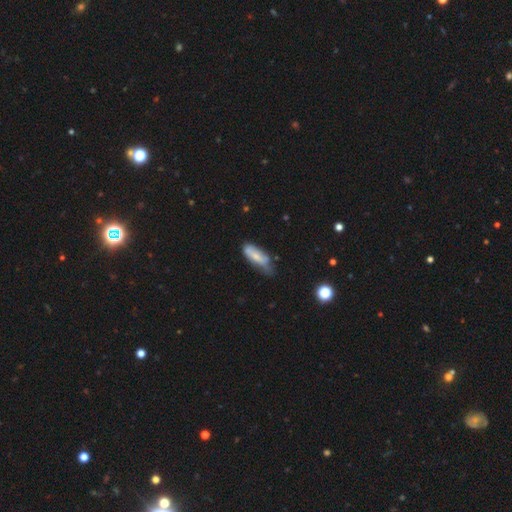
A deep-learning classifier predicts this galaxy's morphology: Smooth or featured? smooth (64%)
How rounded? in between (63%)
Merging? minor disturbance (42%)